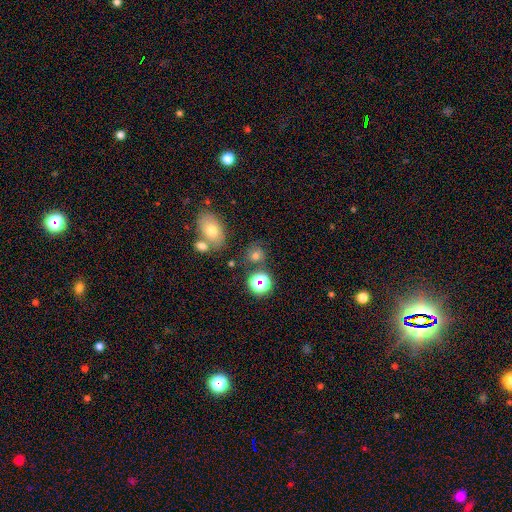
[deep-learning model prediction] smooth 65%, star or artifact 23%, featured or disk 11%. Down the decision tree: how rounded — round (73%); merging — none (66%).